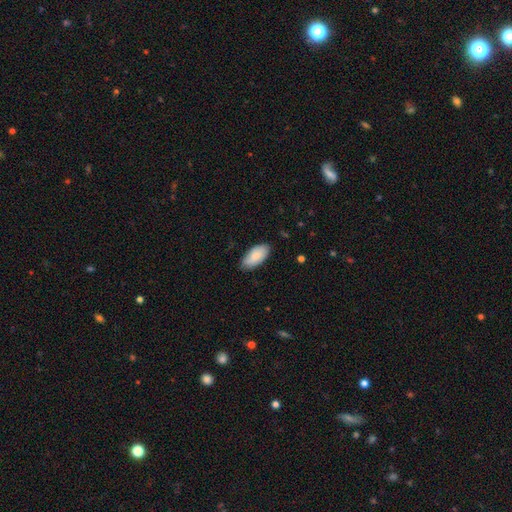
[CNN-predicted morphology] Smooth or featured? smooth (84%)
How rounded? in between (93%)
Merging? none (82%)